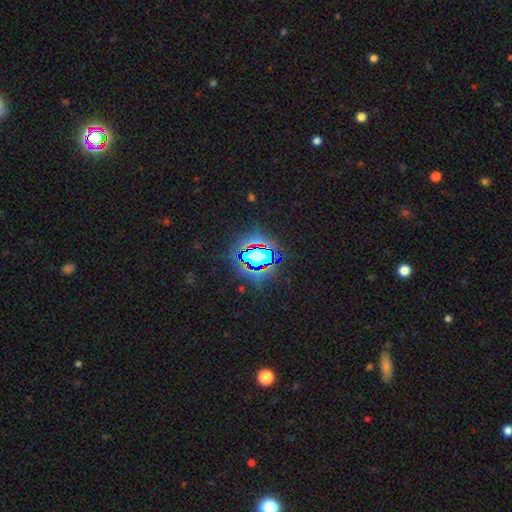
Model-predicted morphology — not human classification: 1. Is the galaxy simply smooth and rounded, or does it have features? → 60% star or artifact, 26% smooth, 13% featured or disk.